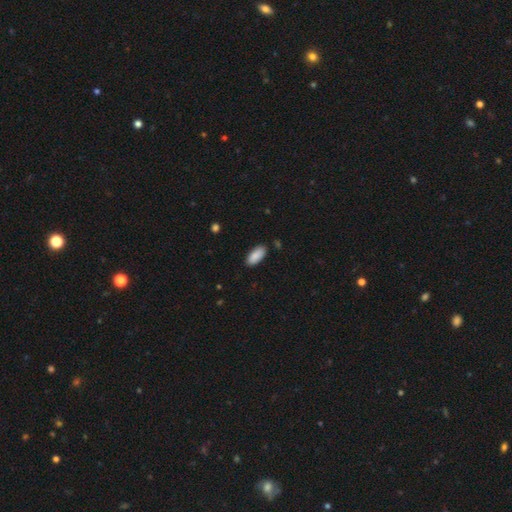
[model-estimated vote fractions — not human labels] Morphology: type=smooth (88%); roundness=in between (89%); merging=none (87%).